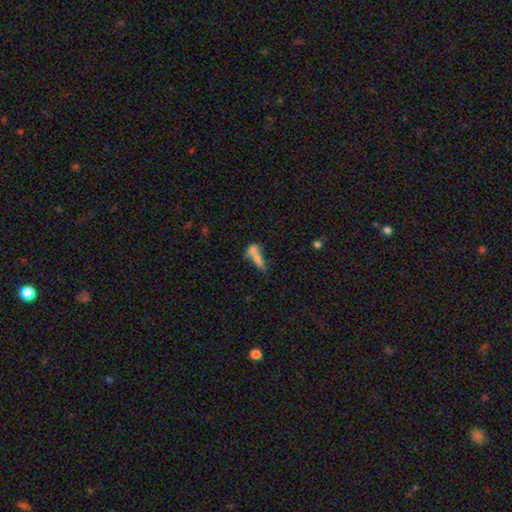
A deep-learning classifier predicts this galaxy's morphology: Smooth or featured? Predicted: smooth (p=0.63). How rounded? Predicted: in between (p=0.59). Merging? Predicted: merger (p=0.56).